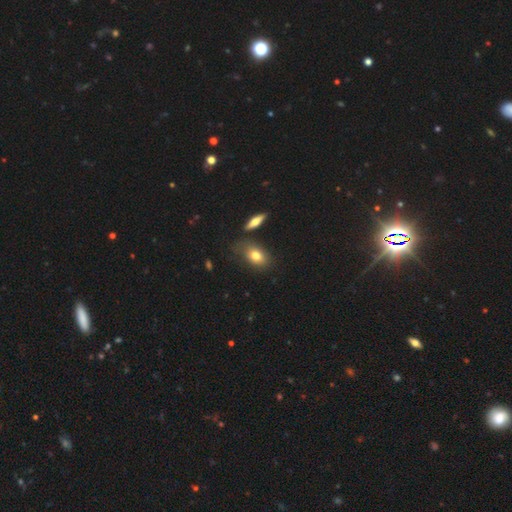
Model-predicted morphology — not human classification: This appears to be a smooth galaxy with no disk features (76%) that is in between round and cigar-shaped (79%). Merging: none (68%).